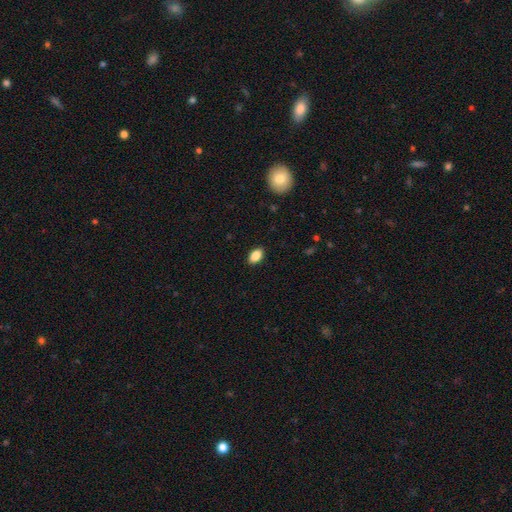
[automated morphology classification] A smooth galaxy with no disk features (86%) that is in between round and cigar-shaped (90%). Merging: none (88%).